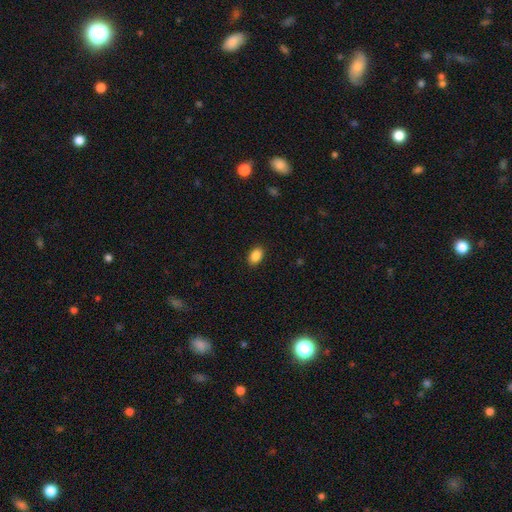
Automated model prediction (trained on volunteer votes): A smooth galaxy with no disk features (88%) that is in between round and cigar-shaped (89%).

Vote fractions:
- Smooth or featured? smooth: 88% / star or artifact: 8% / featured or disk: 4%
- How rounded? in between: 89% / round: 9% / cigar-shaped: 1%
- Merging? none: 90% / minor disturbance: 7% / major disturbance: 2% / merger: 1%